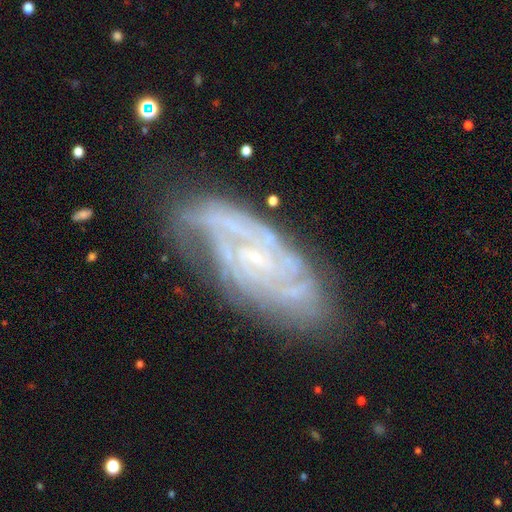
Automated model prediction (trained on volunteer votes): Morphology: type=featured or disk (83%); edge-on=no (92%); bar=no (57%); spiral arms=yes (91%); winding=tight (58%); arm count=can't tell (36%); bulge=small (76%); merging=none (69%).